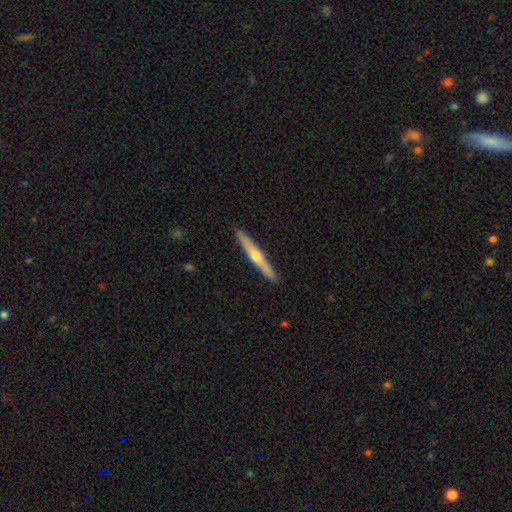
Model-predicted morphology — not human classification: smooth_or_featured: featured or disk (p=0.63) [alt: smooth p=0.31]
disk_edge_on: yes (p=0.97) [alt: no p=0.03]
edge_on_bulge: rounded (p=0.86) [alt: none p=0.12]
merging: none (p=0.92) [alt: minor disturbance p=0.06]